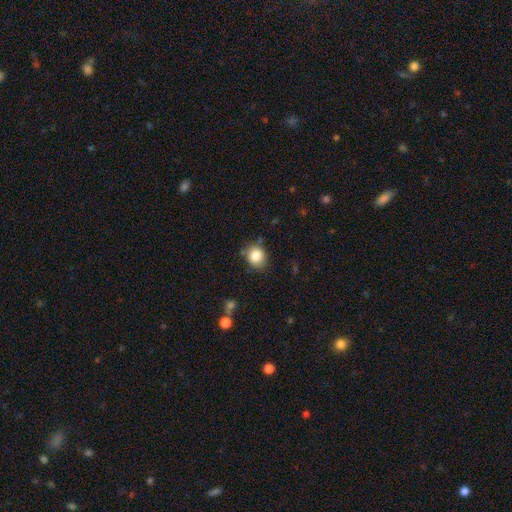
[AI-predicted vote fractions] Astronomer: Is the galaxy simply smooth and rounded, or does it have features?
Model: smooth — 84%.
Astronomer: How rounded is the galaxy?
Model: round — 66%.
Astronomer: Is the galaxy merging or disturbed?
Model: none — 78%.